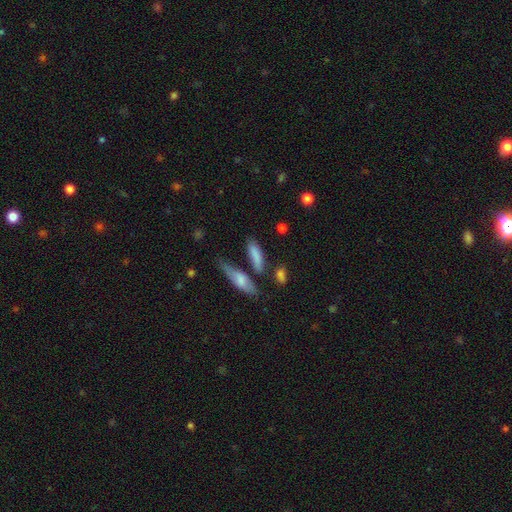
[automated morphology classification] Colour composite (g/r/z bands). It shows a smooth galaxy with no disk features (78%) that is cigar-shaped (49%). Merging: none (53%).